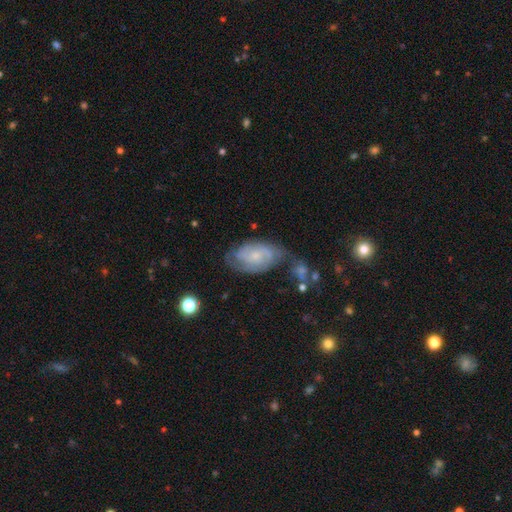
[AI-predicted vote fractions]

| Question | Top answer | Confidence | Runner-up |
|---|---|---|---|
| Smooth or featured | featured or disk | 69% | smooth (24%) |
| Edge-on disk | no | 96% | yes (4%) |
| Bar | no | 68% | weak (27%) |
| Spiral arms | yes | 89% | no (11%) |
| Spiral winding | tight | 48% | medium (38%) |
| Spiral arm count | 2 | 56% | can't tell (27%) |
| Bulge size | small | 69% | moderate (22%) |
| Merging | none | 49% | minor disturbance (26%) |